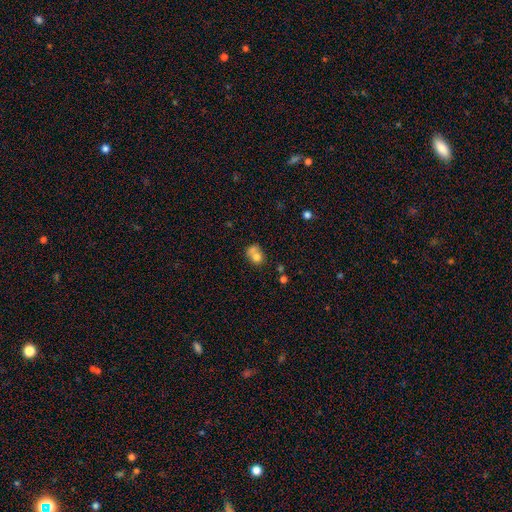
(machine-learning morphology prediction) Smooth or featured?
  - smooth: 71% *
  - featured or disk: 17%
  - star or artifact: 12%
How rounded?
  - round: 64% *
  - in between: 35%
  - cigar-shaped: 1%
Merging?
  - merger: 48% *
  - none: 32%
  - minor disturbance: 12%
  - major disturbance: 8%